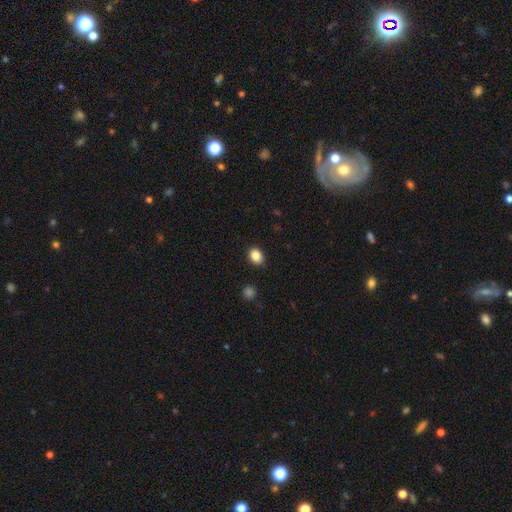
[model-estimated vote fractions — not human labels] A smooth galaxy with no disk features (86%) that is in between round and cigar-shaped (59%). Merging: none (86%).